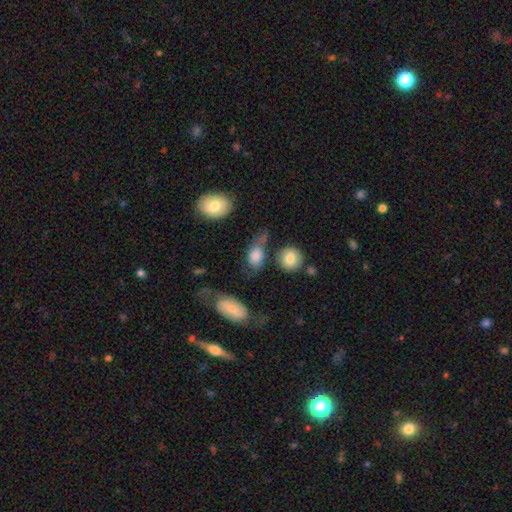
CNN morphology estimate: The model was most divided on "merging": none: 47%, minor disturbance: 25%, major disturbance: 16%, merger: 12%. More confident: how rounded — in between (75%); smooth or featured — smooth (74%).